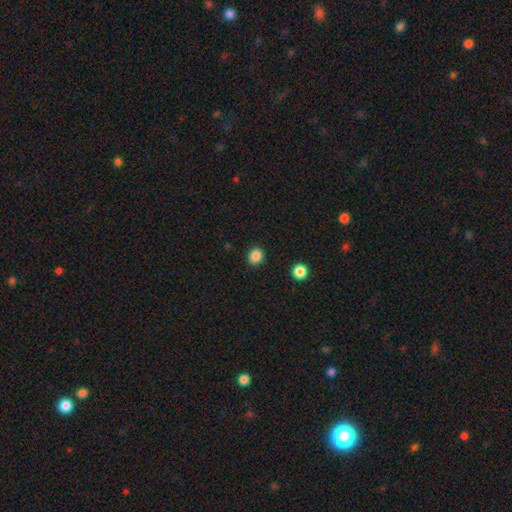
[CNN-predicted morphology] smooth-or-featured: smooth: 86% | star or artifact: 11% | featured or disk: 3%
  how-rounded: round: 75% | in between: 24% | cigar-shaped: 1%
  merging: none: 90% | minor disturbance: 7% | major disturbance: 2% | merger: 1%